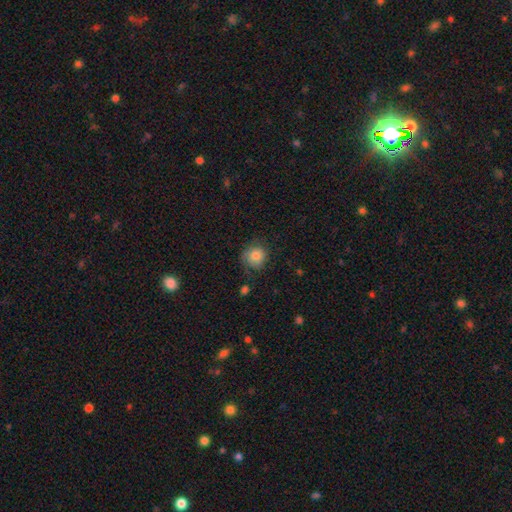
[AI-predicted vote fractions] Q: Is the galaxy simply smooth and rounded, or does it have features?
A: smooth — 76%.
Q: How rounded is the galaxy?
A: round — 87%.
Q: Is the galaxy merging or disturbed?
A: none — 69%.